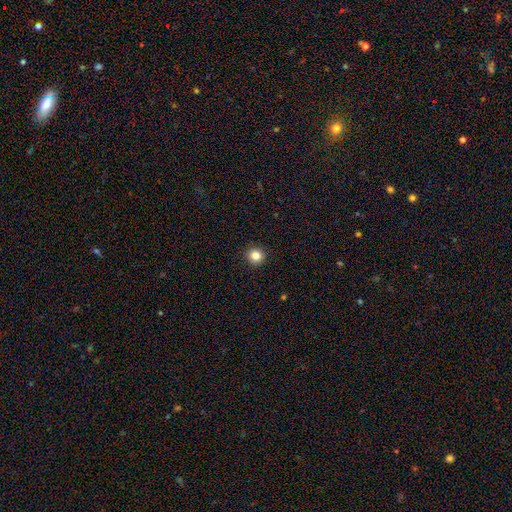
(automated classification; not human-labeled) This appears to be a smooth galaxy with no disk features (83%) that is round (95%). Merging: none (93%).